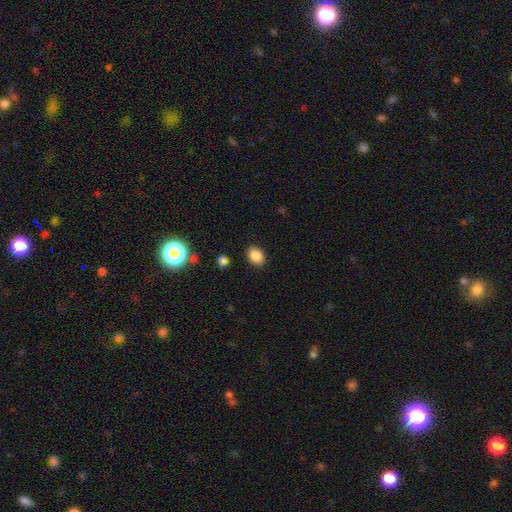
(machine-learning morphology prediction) A smooth galaxy with no disk features (86%) that is in between round and cigar-shaped (62%).

Vote fractions:
- Smooth or featured? smooth: 86% / star or artifact: 10% / featured or disk: 4%
- How rounded? in between: 62% / round: 37% / cigar-shaped: 1%
- Merging? none: 87% / minor disturbance: 9% / major disturbance: 2% / merger: 2%